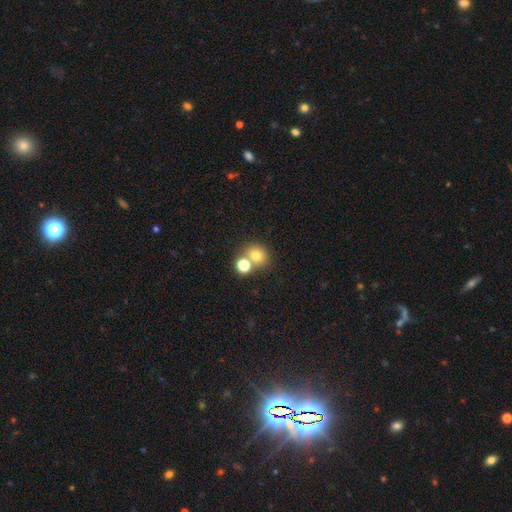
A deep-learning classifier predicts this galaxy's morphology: A smooth galaxy with no disk features (75%) that is round (75%).

Vote fractions:
- Smooth or featured? smooth: 75% / star or artifact: 15% / featured or disk: 10%
- How rounded? round: 75% / in between: 24% / cigar-shaped: 1%
- Merging? none: 55% / merger: 34% / minor disturbance: 8% / major disturbance: 3%